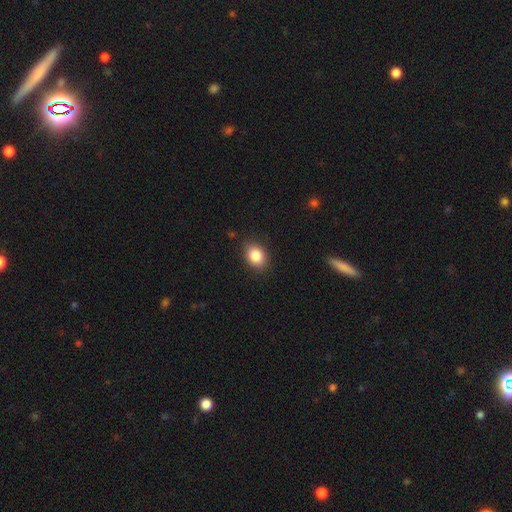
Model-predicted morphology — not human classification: Overall: smooth (86%). How rounded: in between (68%; round 30%). Merging: none (86%).